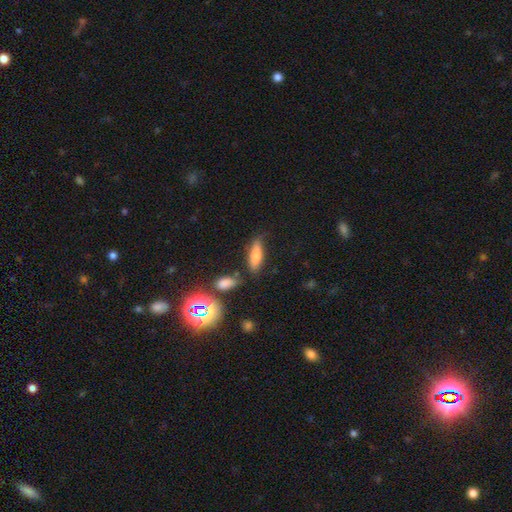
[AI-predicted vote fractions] A smooth galaxy with no disk features (72%) that is in between round and cigar-shaped (54%). Merging: none (67%).